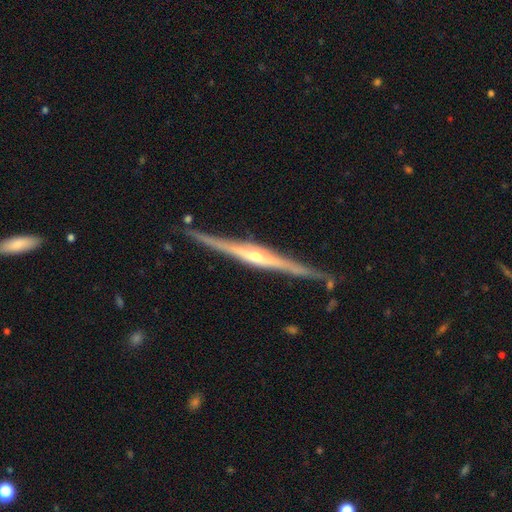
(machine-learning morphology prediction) This appears to be a featured or disk galaxy (88%) viewed edge-on (98%) with a rounded central bulge (82%). Merging: none (87%).